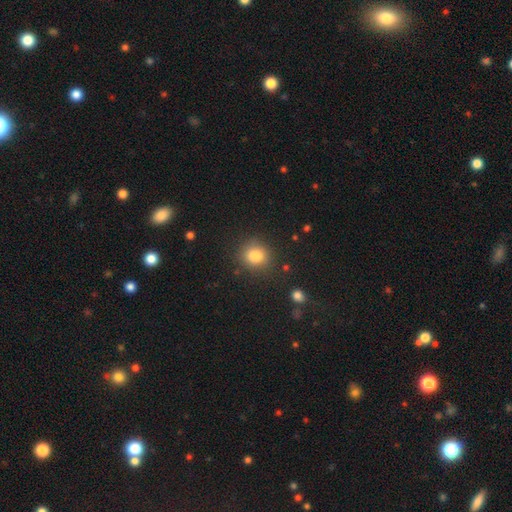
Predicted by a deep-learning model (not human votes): smooth 82%, star or artifact 11%, featured or disk 6%. Down the decision tree: how rounded — round (81%); merging — none (84%).